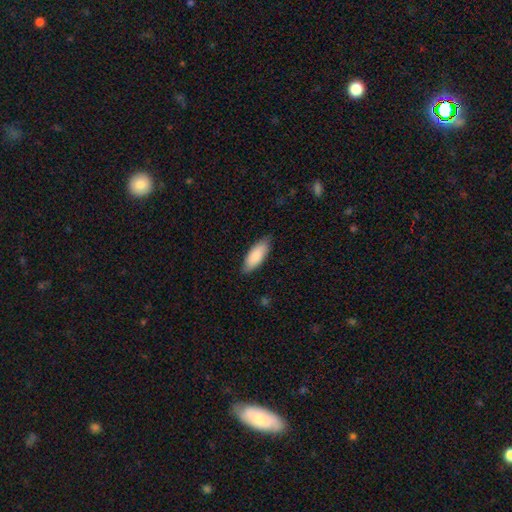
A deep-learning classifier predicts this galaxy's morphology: A smooth galaxy with no disk features (87%) that is in between round and cigar-shaped (75%). Merging: none (84%).